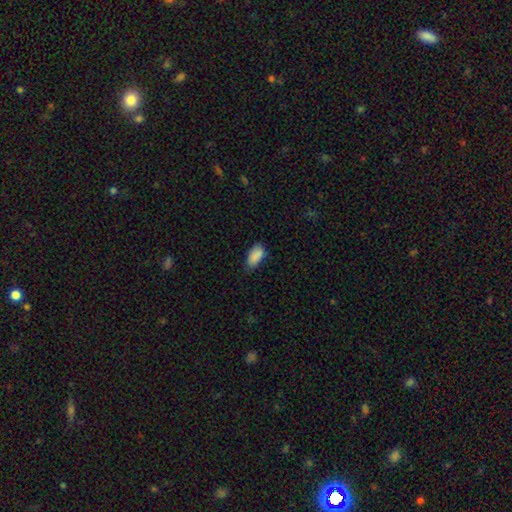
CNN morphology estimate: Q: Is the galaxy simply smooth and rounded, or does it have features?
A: smooth — 88%.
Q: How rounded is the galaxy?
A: in between — 93%.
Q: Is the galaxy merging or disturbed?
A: none — 63%.